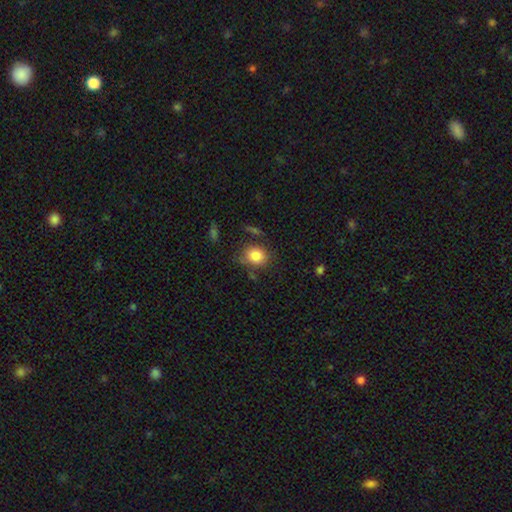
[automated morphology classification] This appears to be a smooth galaxy with no disk features (83%) that is round (63%). Merging: none (73%).